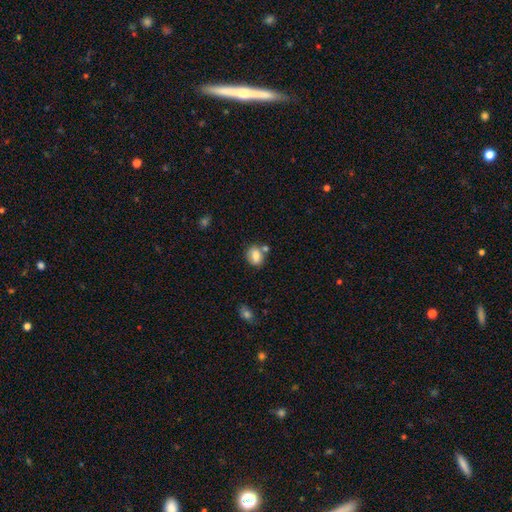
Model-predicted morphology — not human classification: smooth_or_featured: smooth (p=0.77) [alt: featured or disk p=0.14]
how_rounded: round (p=0.52) [alt: in between p=0.47]
merging: none (p=0.66) [alt: merger p=0.17]